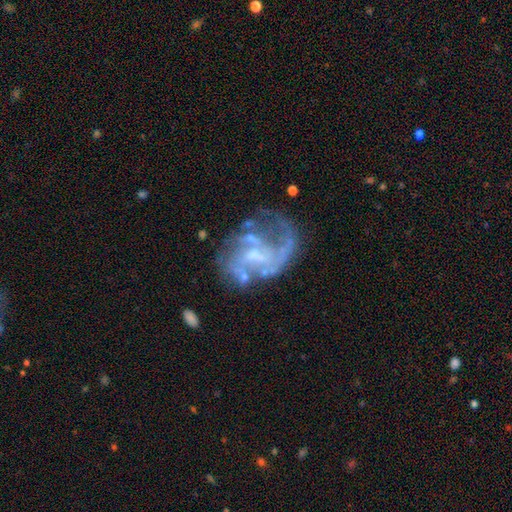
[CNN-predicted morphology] Smooth or featured?
  - featured or disk: 82% *
  - smooth: 10%
  - star or artifact: 8%
Edge-on disk?
  - no: 98% *
  - yes: 2%
Bar?
  - no: 47% *
  - weak: 44%
  - strong: 9%
Spiral arms?
  - yes: 76% *
  - no: 24%
Spiral winding?
  - medium: 40% *
  - loose: 35%
  - tight: 25%
Spiral arm count?
  - can't tell: 31% *
  - 2: 26%
  - 1: 24%
  - 3: 11%
  - 4: 5%
  - more than 4: 4%
Bulge size?
  - small: 49% *
  - moderate: 27%
  - none: 22%
  - large: 2%
  - dominant: 1%
Merging?
  - none: 39% *
  - major disturbance: 35%
  - minor disturbance: 19%
  - merger: 7%